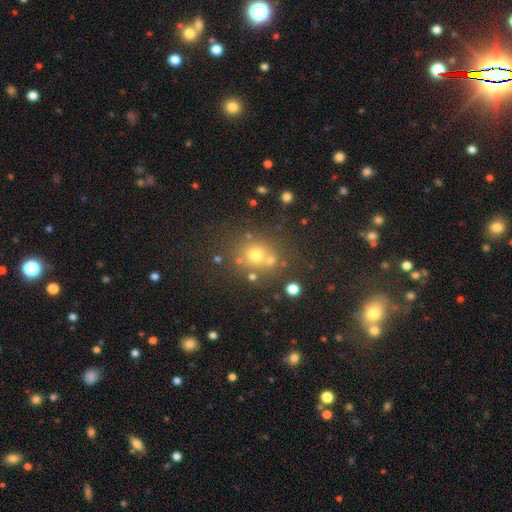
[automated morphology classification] A smooth galaxy with no disk features (64%) that is round (85%). Merging: none (68%).